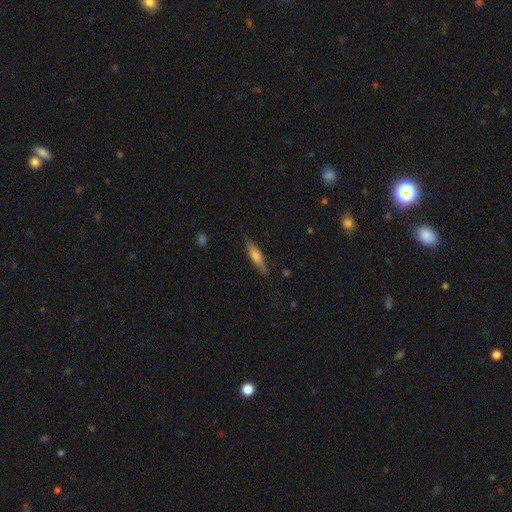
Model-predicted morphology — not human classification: This is possibly a smooth galaxy (57%). How rounded: likely cigar-shaped (77%). Merging: clearly none (84%).